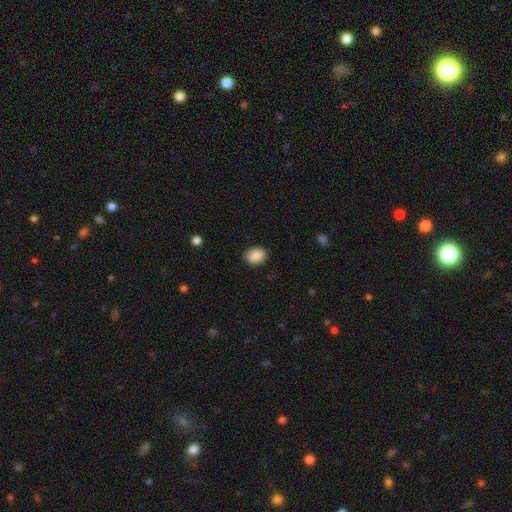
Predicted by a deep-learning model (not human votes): Overall: smooth (87%). How rounded: in between (59%; round 40%). Merging: none (86%).